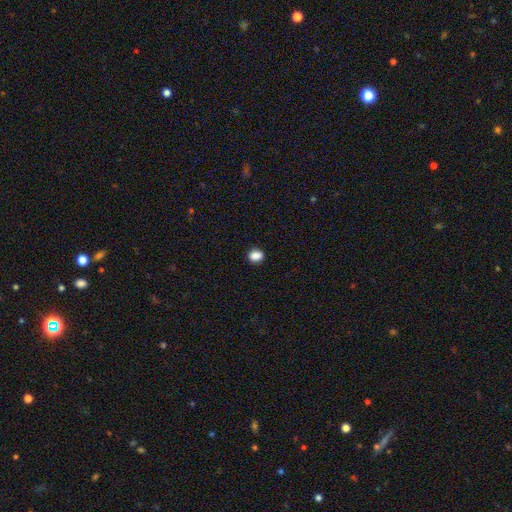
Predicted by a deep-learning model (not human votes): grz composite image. It shows a smooth galaxy with no disk features (87%) that is in between round and cigar-shaped (55%). Merging: none (88%).